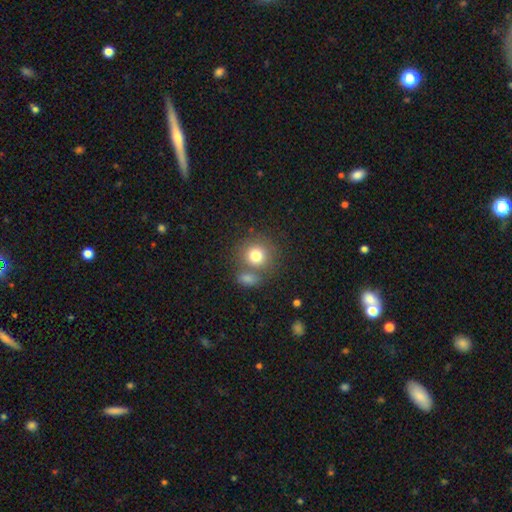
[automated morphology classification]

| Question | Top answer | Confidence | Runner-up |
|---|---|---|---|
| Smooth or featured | smooth | 78% | featured or disk (11%) |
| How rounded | round | 88% | in between (12%) |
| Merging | none | 59% | merger (26%) |